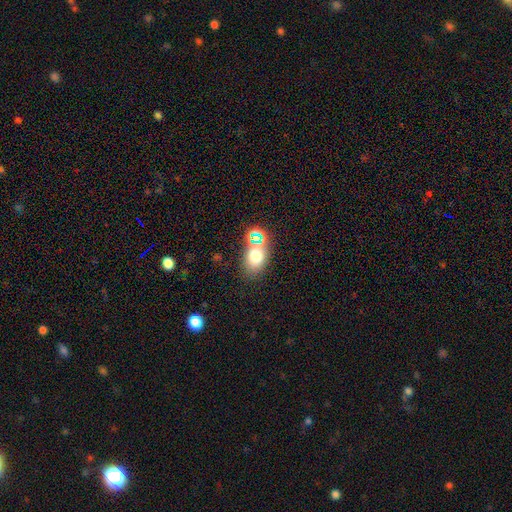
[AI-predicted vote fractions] Q: Smooth or featured?
A: smooth (67%); runner-up: star or artifact (19%)
Q: How rounded?
A: in between (70%); runner-up: round (29%)
Q: Merging?
A: none (66%); runner-up: merger (16%)